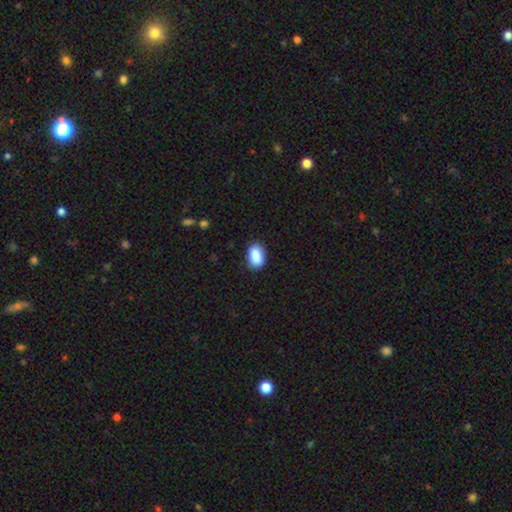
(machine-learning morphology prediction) Smooth or featured? smooth (89%)
How rounded? in between (90%)
Merging? none (85%)